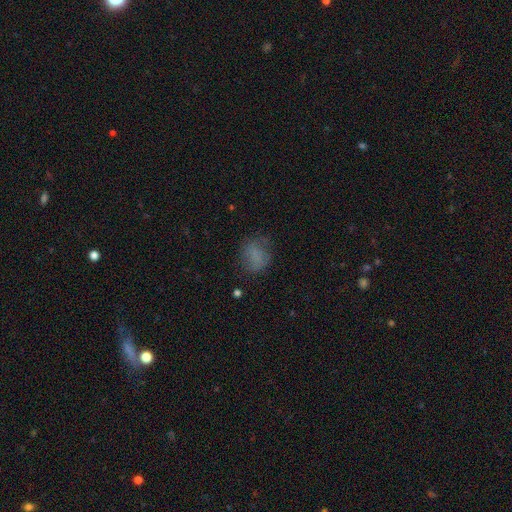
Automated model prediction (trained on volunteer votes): Overall: smooth (72%). How rounded: round (52%; in between 46%). Merging: none (65%).